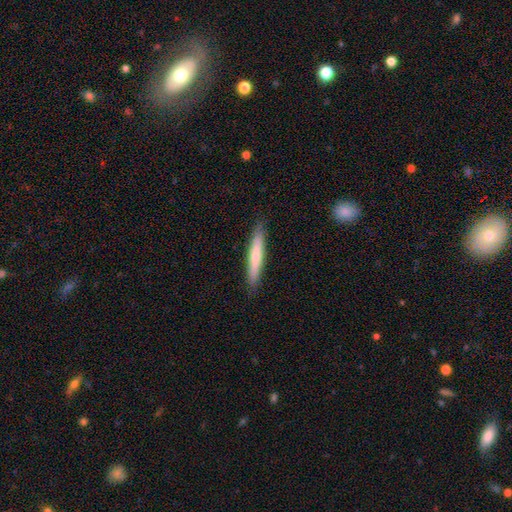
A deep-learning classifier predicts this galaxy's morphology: The model was most divided on "smooth or featured": smooth: 66%, featured or disk: 29%, star or artifact: 5%. More confident: how rounded — cigar-shaped (94%); merging — none (89%).